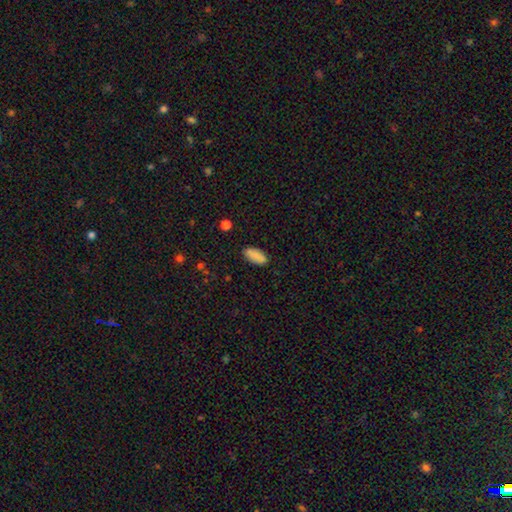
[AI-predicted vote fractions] Smooth or featured?
  - smooth: 84% *
  - featured or disk: 9%
  - star or artifact: 7%
How rounded?
  - in between: 89% *
  - cigar-shaped: 9%
  - round: 2%
Merging?
  - none: 86% *
  - minor disturbance: 10%
  - major disturbance: 2%
  - merger: 2%